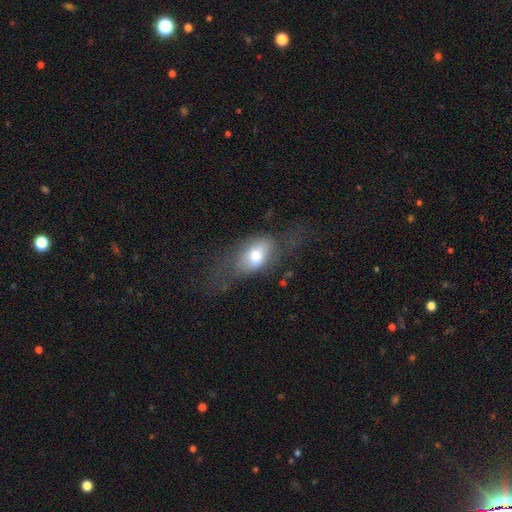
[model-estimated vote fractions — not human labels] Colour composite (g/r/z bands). It shows a smooth galaxy with no disk features (64%) that is in between round and cigar-shaped (85%). Merging: none (49%).